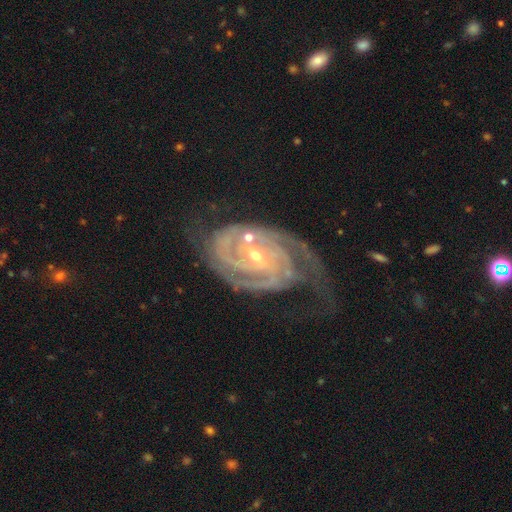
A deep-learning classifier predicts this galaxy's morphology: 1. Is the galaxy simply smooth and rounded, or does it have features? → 91% featured or disk, 5% star or artifact, 3% smooth.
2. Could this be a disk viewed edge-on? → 97% no, 3% yes.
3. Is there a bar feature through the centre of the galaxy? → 39% weak, 36% no, 24% strong.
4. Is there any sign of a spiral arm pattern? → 98% yes, 2% no.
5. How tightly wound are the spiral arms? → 71% tight, 25% medium, 4% loose.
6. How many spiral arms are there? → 41% 2, 27% 3, 12% can't tell, 9% 4, 6% more than 4, 6% 1.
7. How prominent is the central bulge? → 64% small, 33% moderate, 1% none, 1% large, 1% dominant.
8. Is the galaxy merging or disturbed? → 54% none, 24% minor disturbance, 17% major disturbance, 5% merger.